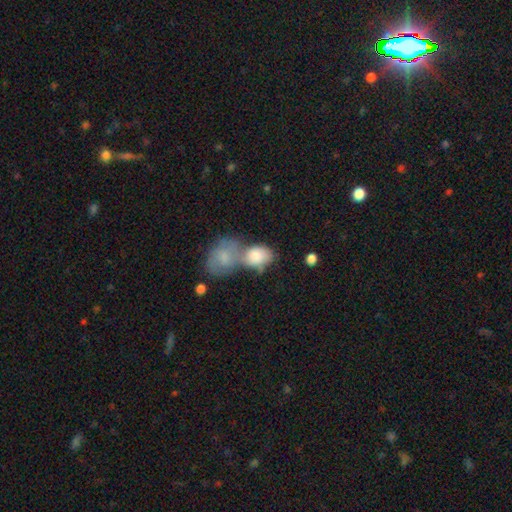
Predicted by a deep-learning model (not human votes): smooth 78%, featured or disk 15%, star or artifact 7%. Down the decision tree: how rounded — in between (76%); merging — merger (67%).